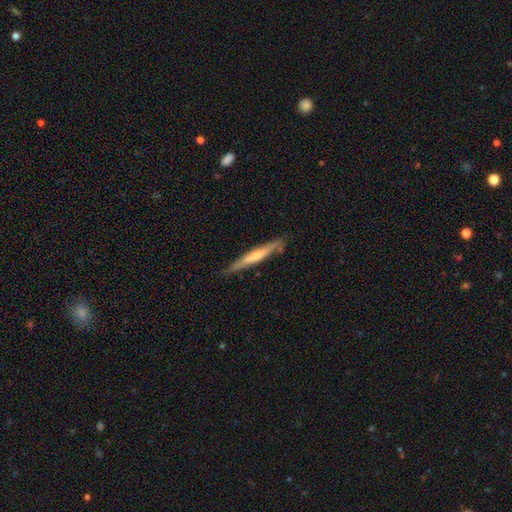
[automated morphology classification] Q: Smooth or featured?
A: featured or disk (66%); runner-up: smooth (28%)
Q: Edge-on disk?
A: yes (94%); runner-up: no (6%)
Q: Edge-on bulge?
A: rounded (69%); runner-up: none (24%)
Q: Merging?
A: none (86%); runner-up: minor disturbance (11%)